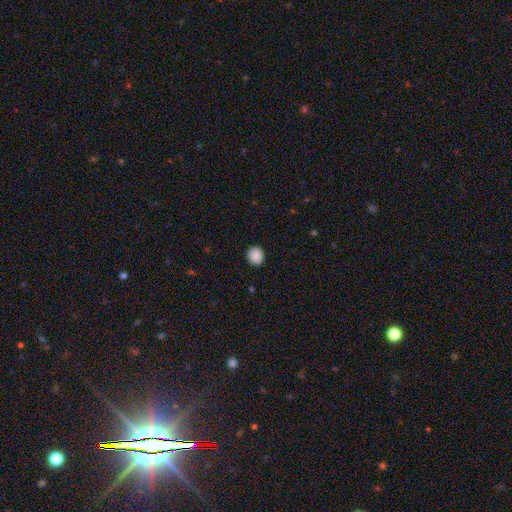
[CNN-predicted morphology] type=smooth (89%); roundness=round (83%); merging=none (91%).